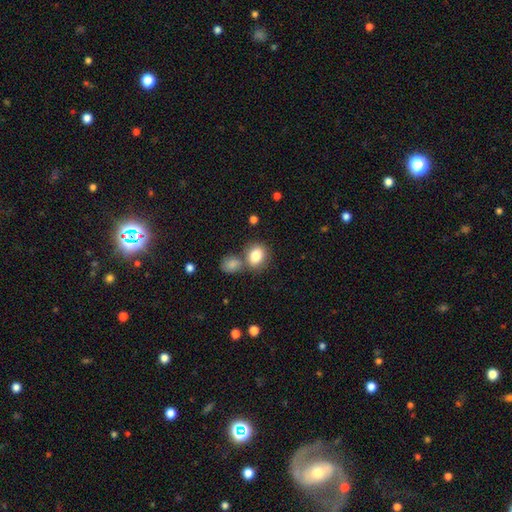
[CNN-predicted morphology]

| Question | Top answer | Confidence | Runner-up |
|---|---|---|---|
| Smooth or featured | smooth | 83% | featured or disk (8%) |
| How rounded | in between | 57% | round (42%) |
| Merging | none | 56% | merger (28%) |